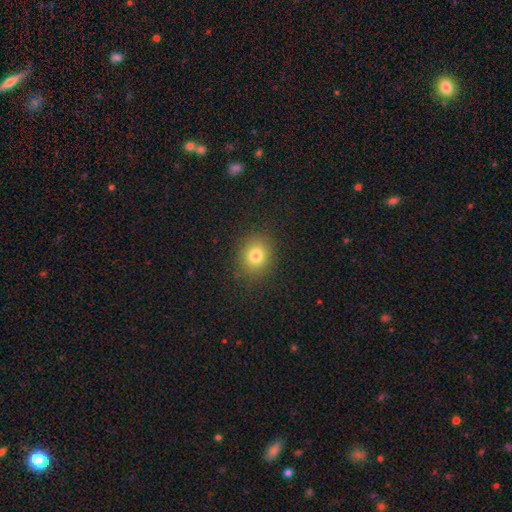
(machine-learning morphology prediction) The model was most divided on "how rounded": round: 68%, in between: 31%, cigar-shaped: 1%. More confident: merging — none (86%); smooth or featured — smooth (79%).